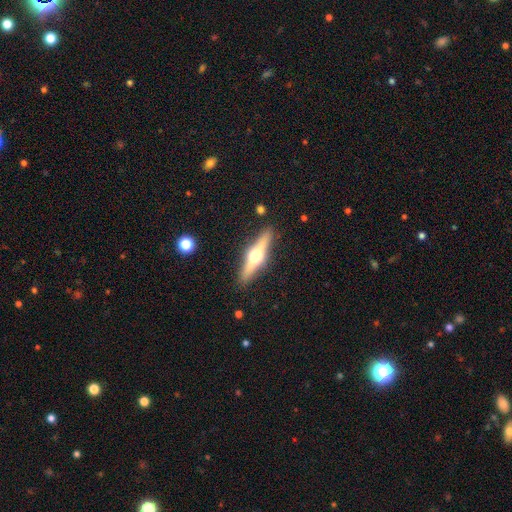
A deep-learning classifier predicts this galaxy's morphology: A featured or disk galaxy (70%) viewed edge-on (96%) with a rounded central bulge (96%).

Vote fractions:
- Smooth or featured? featured or disk: 70% / smooth: 24% / star or artifact: 6%
- Edge-on disk? yes: 96% / no: 4%
- Edge-on bulge? rounded: 96% / boxy: 2% / none: 2%
- Merging? none: 89% / minor disturbance: 8% / major disturbance: 2% / merger: 2%